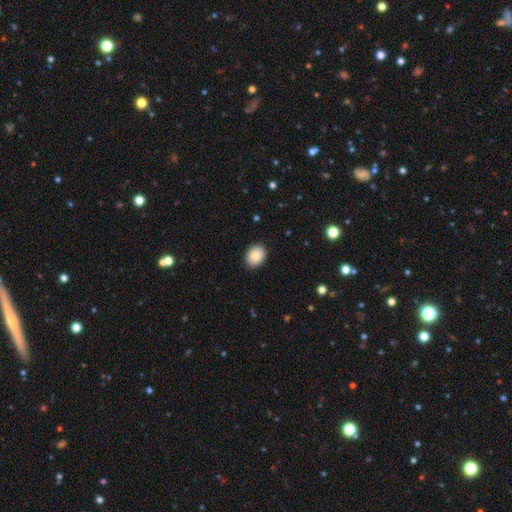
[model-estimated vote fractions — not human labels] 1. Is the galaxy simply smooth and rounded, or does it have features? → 84% smooth, 8% featured or disk, 8% star or artifact.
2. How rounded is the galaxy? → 56% in between, 43% round, 1% cigar-shaped.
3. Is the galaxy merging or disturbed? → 89% none, 8% minor disturbance, 2% major disturbance, 1% merger.